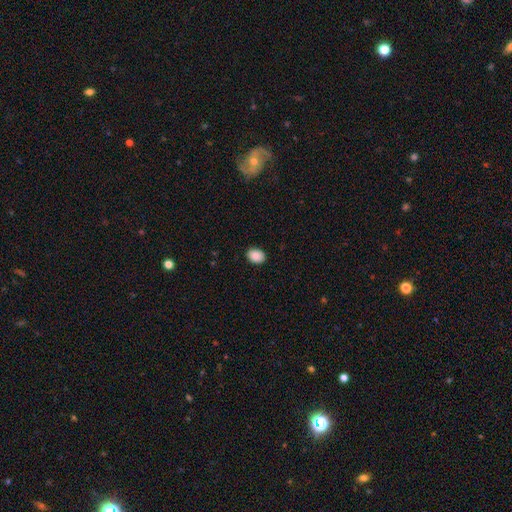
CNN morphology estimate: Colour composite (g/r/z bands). It shows a smooth galaxy with no disk features (89%) that is in between round and cigar-shaped (66%). Merging: none (89%).